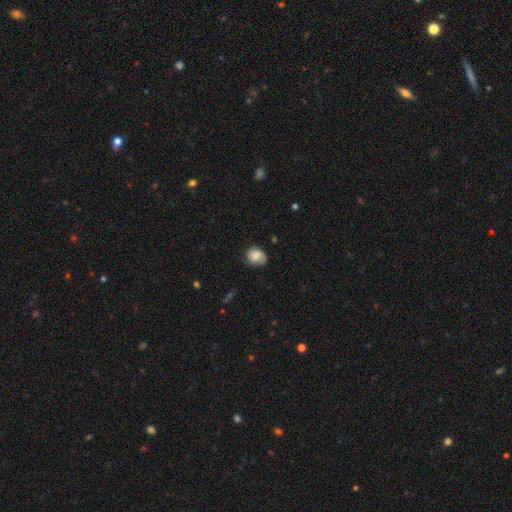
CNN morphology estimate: The model was most divided on "how rounded": round: 62%, in between: 37%, cigar-shaped: 1%. More confident: smooth or featured — smooth (67%); merging — none (63%).